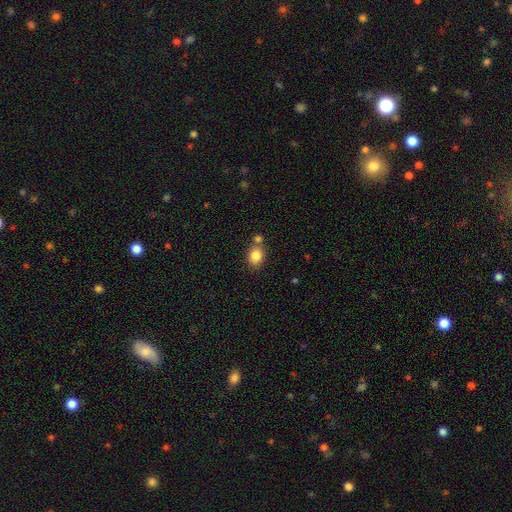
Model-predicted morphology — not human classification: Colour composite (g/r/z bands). It shows a smooth galaxy with no disk features (84%) that is round (57%). Merging: none (62%).